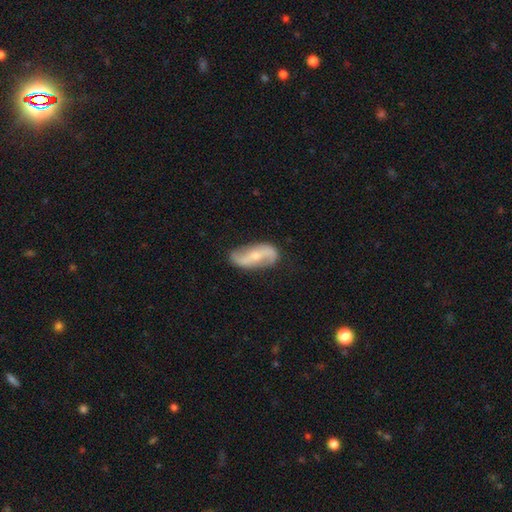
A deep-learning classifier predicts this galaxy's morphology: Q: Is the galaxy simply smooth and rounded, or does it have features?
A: featured or disk — 77%.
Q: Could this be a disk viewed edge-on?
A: no — 93%.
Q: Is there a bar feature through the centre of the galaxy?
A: no — 37%.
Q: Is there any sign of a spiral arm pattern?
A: yes — 91%.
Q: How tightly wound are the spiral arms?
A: loose — 67%.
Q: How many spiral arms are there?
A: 2 — 91%.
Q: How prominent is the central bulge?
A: small — 58%.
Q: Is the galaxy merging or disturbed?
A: none — 78%.